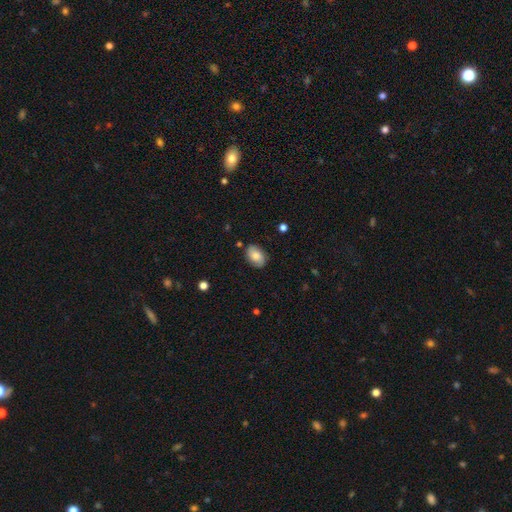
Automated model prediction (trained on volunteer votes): The model was most divided on "smooth or featured": smooth: 72%, featured or disk: 20%, star or artifact: 8%. More confident: how rounded — in between (86%); merging — none (81%).